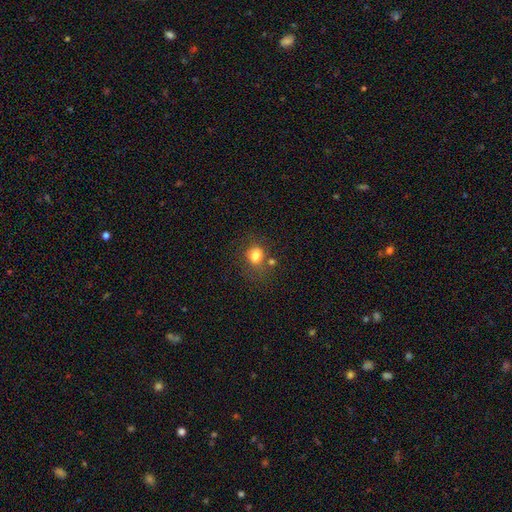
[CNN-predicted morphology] smooth 79%, star or artifact 12%, featured or disk 9%. Down the decision tree: how rounded — round (65%); merging — none (61%).